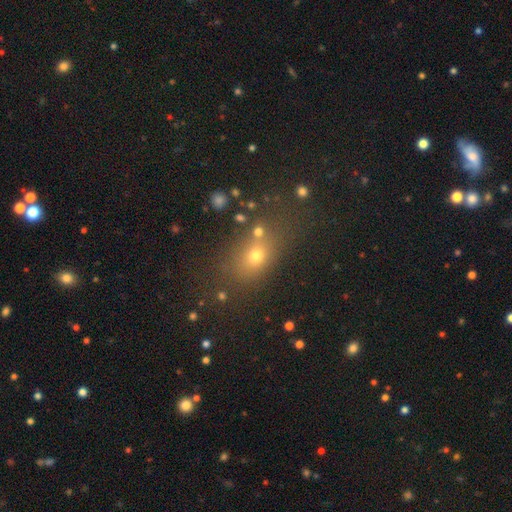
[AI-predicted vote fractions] Smooth or featured? smooth (56%)
How rounded? in between (51%)
Merging? none (68%)